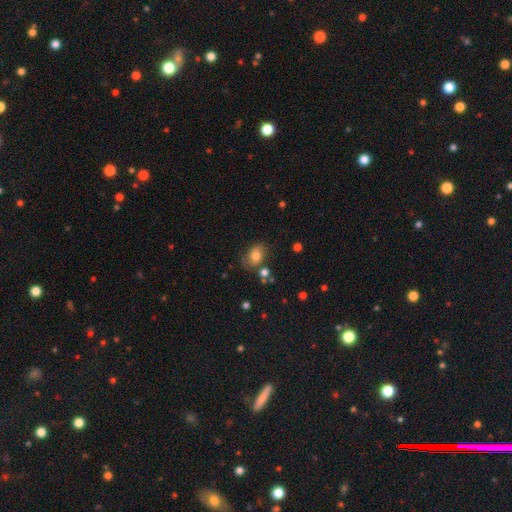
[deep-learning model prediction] Morphology: type=smooth (75%); roundness=in between (68%); merging=none (66%).